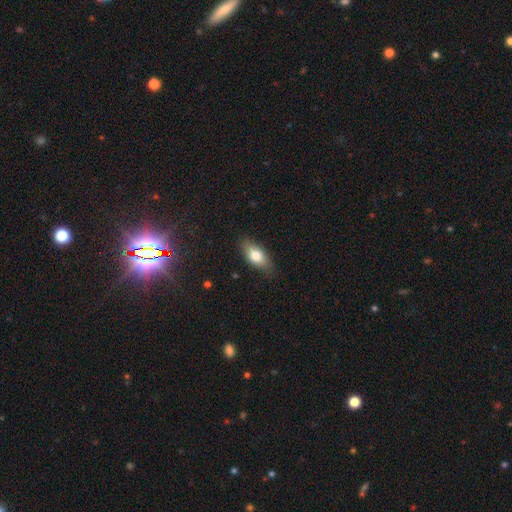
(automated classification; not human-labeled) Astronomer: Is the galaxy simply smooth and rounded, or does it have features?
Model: smooth — 76%.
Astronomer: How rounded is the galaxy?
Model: in between — 85%.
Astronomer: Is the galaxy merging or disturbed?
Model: none — 83%.